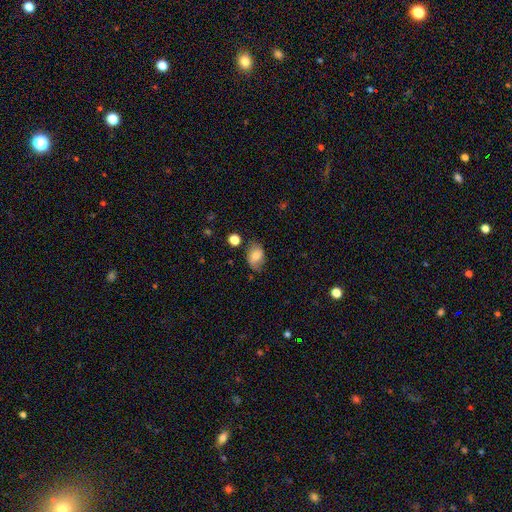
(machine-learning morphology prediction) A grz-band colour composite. It shows a smooth galaxy with no disk features (72%) that is in between round and cigar-shaped (79%). Merging: none (70%).